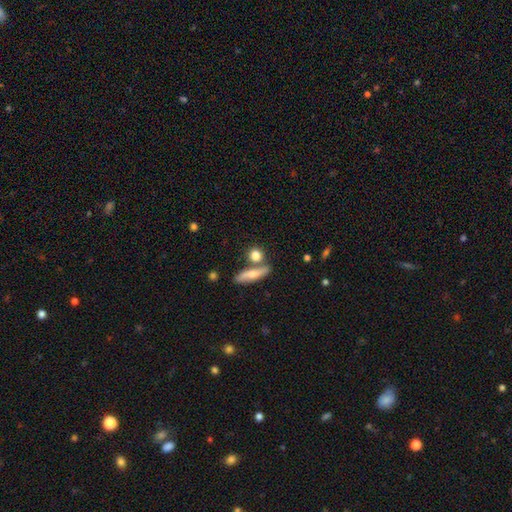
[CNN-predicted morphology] Smooth or featured: smooth — 78% (featured or disk — 14%)
How rounded: round — 66% (in between — 21%)
Merging: none — 65% (merger — 21%)